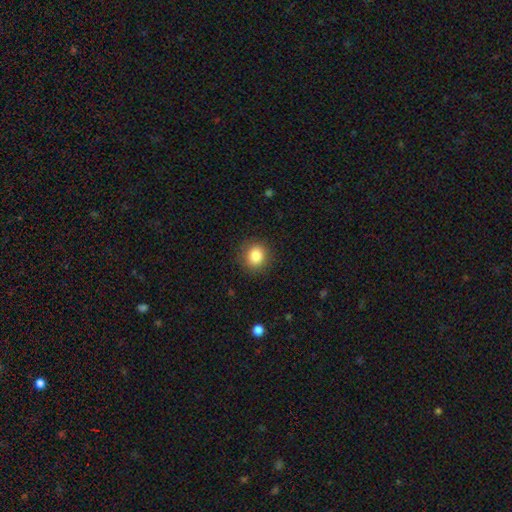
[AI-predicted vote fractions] Smooth or featured?
  - smooth: 85% *
  - star or artifact: 10%
  - featured or disk: 6%
How rounded?
  - round: 83% *
  - in between: 16%
  - cigar-shaped: 1%
Merging?
  - none: 88% *
  - minor disturbance: 9%
  - major disturbance: 3%
  - merger: 1%